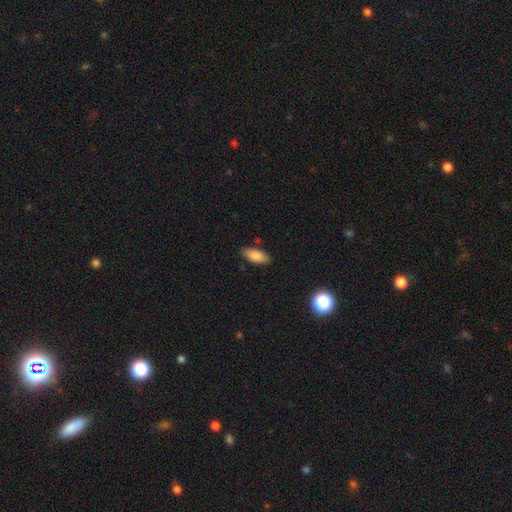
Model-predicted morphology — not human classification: smooth 83%, featured or disk 9%, star or artifact 7%. Down the decision tree: how rounded — in between (83%); merging — none (85%).